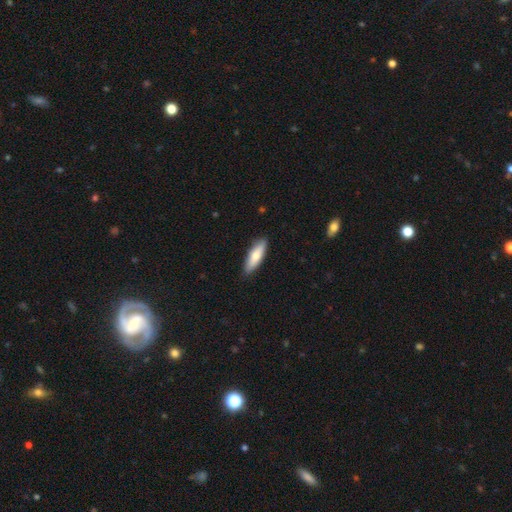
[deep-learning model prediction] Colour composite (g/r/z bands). It shows a smooth galaxy with no disk features (74%) that is cigar-shaped (53%). Merging: none (88%).